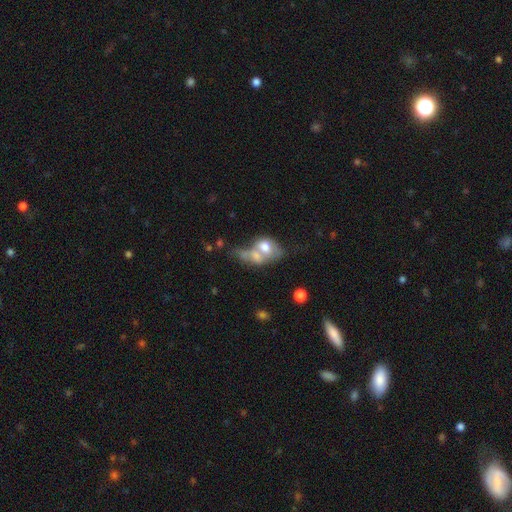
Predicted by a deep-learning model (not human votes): Smooth or featured?
  - smooth: 61% *
  - featured or disk: 30%
  - star or artifact: 9%
How rounded?
  - in between: 67% *
  - round: 30%
  - cigar-shaped: 3%
Merging?
  - merger: 71% *
  - none: 12%
  - major disturbance: 10%
  - minor disturbance: 7%